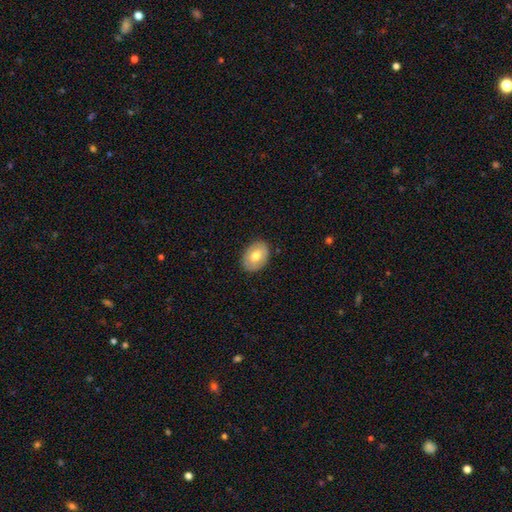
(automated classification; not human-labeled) smooth_or_featured: smooth (p=0.68) [alt: featured or disk p=0.26]
how_rounded: in between (p=0.78) [alt: round p=0.21]
merging: none (p=0.86) [alt: minor disturbance p=0.11]